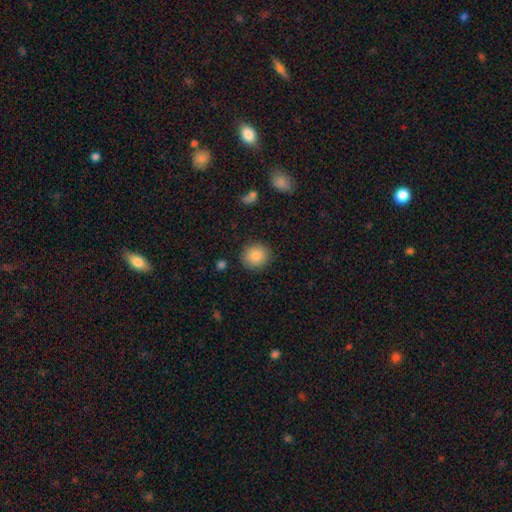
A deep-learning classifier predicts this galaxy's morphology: This is clearly a smooth galaxy (85%). How rounded: clearly round (84%). Merging: clearly none (88%).